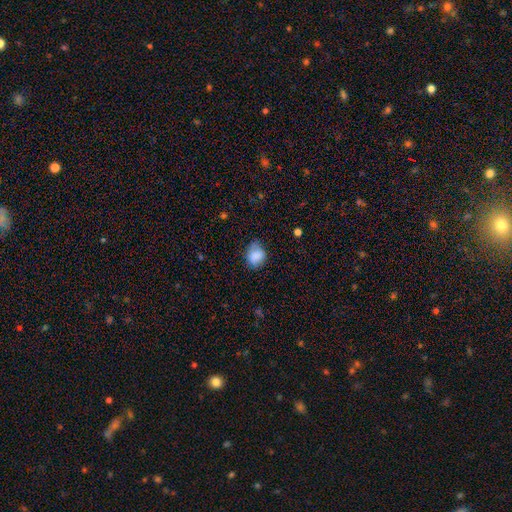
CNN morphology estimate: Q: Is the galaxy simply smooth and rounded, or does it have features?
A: smooth — 82%.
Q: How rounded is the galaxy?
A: round — 52%.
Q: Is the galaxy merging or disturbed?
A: none — 57%.